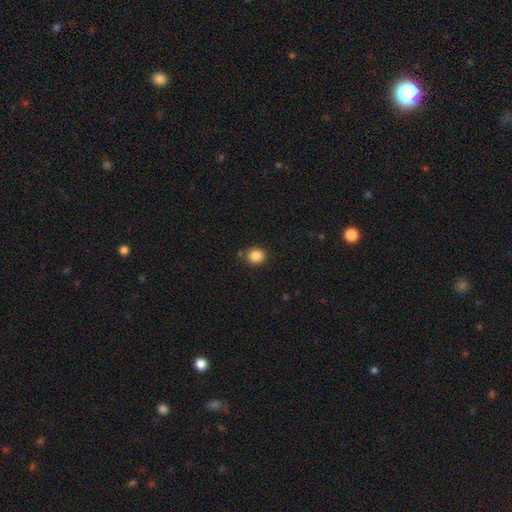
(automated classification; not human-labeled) smooth 86%, star or artifact 10%, featured or disk 4%. Down the decision tree: how rounded — round (82%); merging — none (83%).